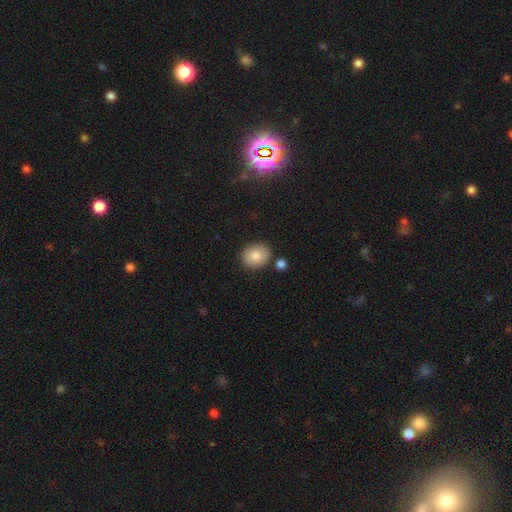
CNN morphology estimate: smooth-or-featured: smooth: 84% | featured or disk: 8% | star or artifact: 8%
  how-rounded: round: 62% | in between: 37% | cigar-shaped: 1%
  merging: none: 83% | minor disturbance: 9% | merger: 6% | major disturbance: 2%